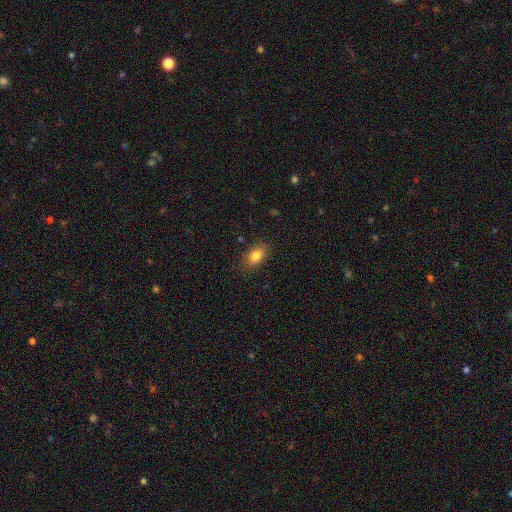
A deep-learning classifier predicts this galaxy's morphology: Smooth or featured? Predicted: smooth (p=0.82). How rounded? Predicted: in between (p=0.85). Merging? Predicted: none (p=0.84).